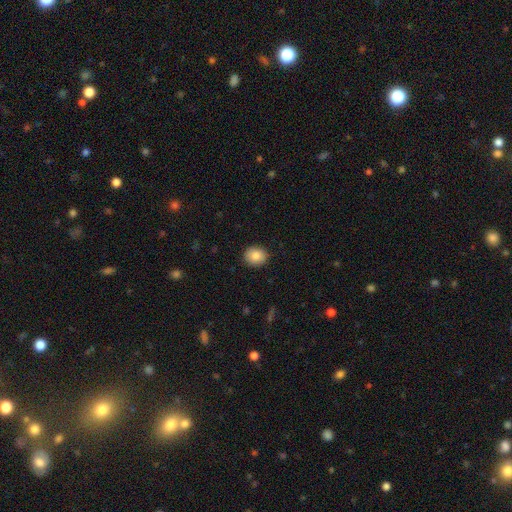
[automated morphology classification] Q: Smooth or featured?
A: smooth (86%); runner-up: star or artifact (8%)
Q: How rounded?
A: round (68%); runner-up: in between (31%)
Q: Merging?
A: none (90%); runner-up: minor disturbance (7%)